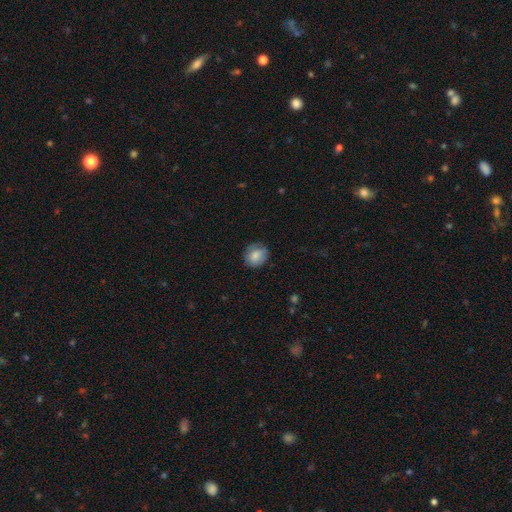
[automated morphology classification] A smooth galaxy with no disk features (83%) that is round (70%).

Vote fractions:
- Smooth or featured? smooth: 83% / featured or disk: 9% / star or artifact: 8%
- How rounded? round: 70% / in between: 29% / cigar-shaped: 1%
- Merging? none: 80% / minor disturbance: 16% / major disturbance: 3% / merger: 1%